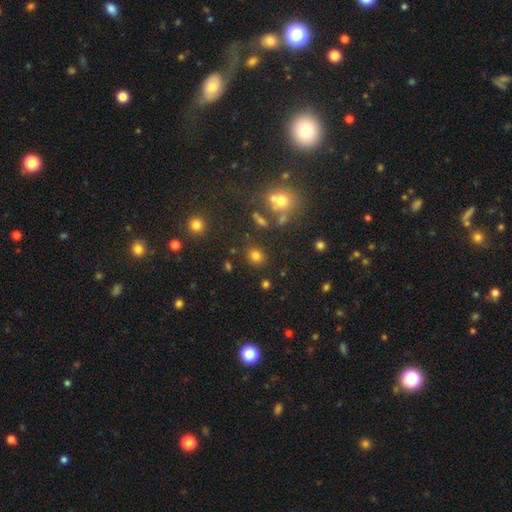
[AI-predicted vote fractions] Smooth or featured: smooth — 76% (star or artifact — 17%)
How rounded: round — 76% (in between — 23%)
Merging: none — 82% (minor disturbance — 9%)